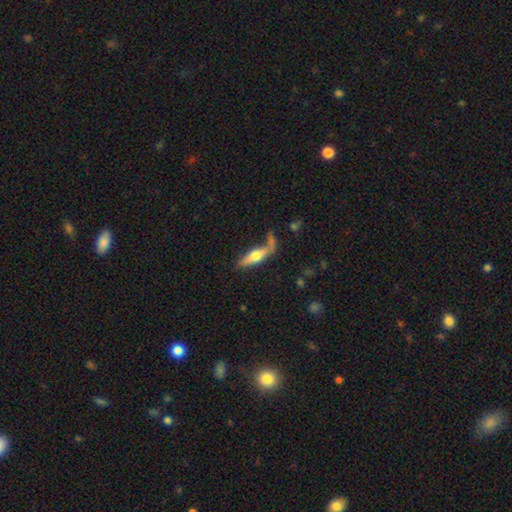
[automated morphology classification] Smooth or featured: smooth — 51% (featured or disk — 43%)
How rounded: cigar-shaped — 63% (in between — 34%)
Merging: none — 50% (minor disturbance — 22%)